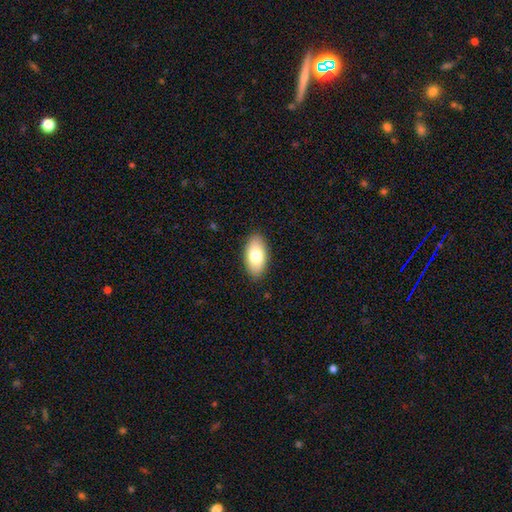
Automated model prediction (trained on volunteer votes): Q: Smooth or featured?
A: smooth (78%); runner-up: featured or disk (16%)
Q: How rounded?
A: in between (94%); runner-up: cigar-shaped (3%)
Q: Merging?
A: none (89%); runner-up: minor disturbance (9%)